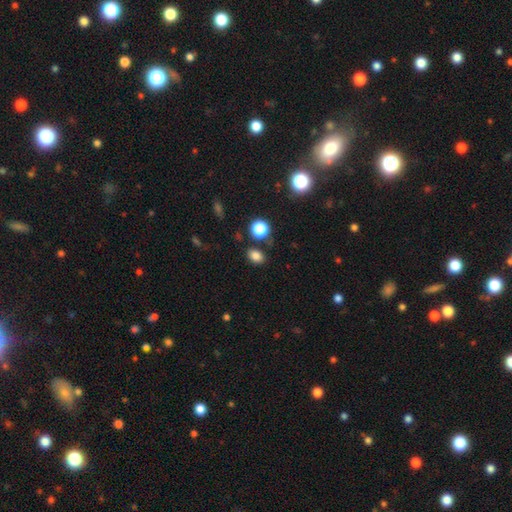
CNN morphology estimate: Smooth or featured?
  - smooth: 80% *
  - star or artifact: 14%
  - featured or disk: 6%
How rounded?
  - in between: 68% *
  - round: 31%
  - cigar-shaped: 1%
Merging?
  - none: 81% *
  - minor disturbance: 11%
  - merger: 5%
  - major disturbance: 3%